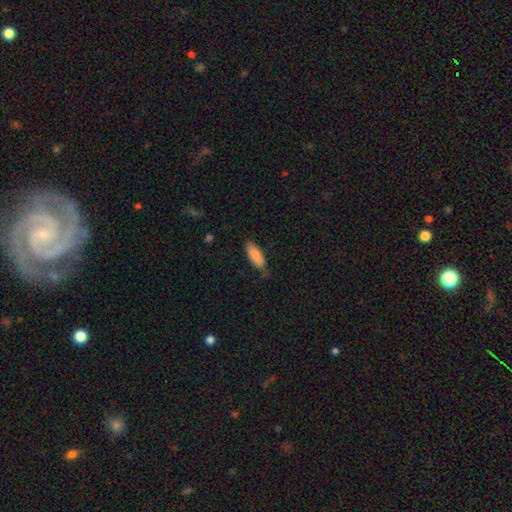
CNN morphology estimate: Smooth or featured: smooth — 87% (featured or disk — 6%)
How rounded: in between — 66% (cigar-shaped — 33%)
Merging: none — 70% (minor disturbance — 24%)